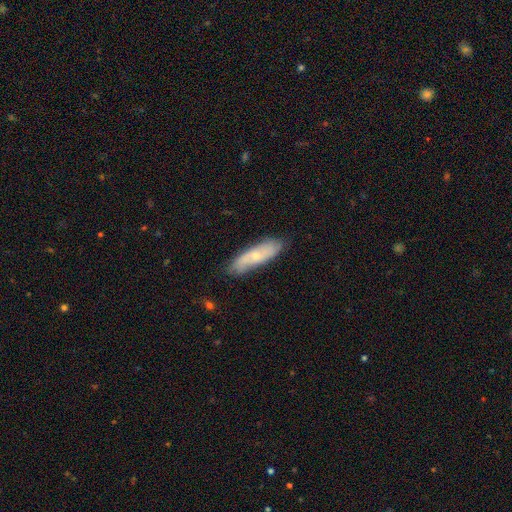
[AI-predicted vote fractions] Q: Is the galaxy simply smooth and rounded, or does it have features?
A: smooth — 52%.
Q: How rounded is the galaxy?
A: cigar-shaped — 55%.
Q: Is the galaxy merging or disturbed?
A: none — 81%.